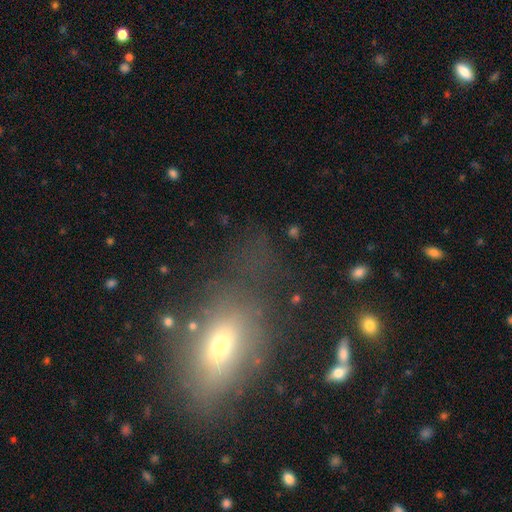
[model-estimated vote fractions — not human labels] The model was most divided on "merging": none: 51%, major disturbance: 22%, minor disturbance: 20%, merger: 7%. More confident: how rounded — in between (67%); smooth or featured — smooth (53%).